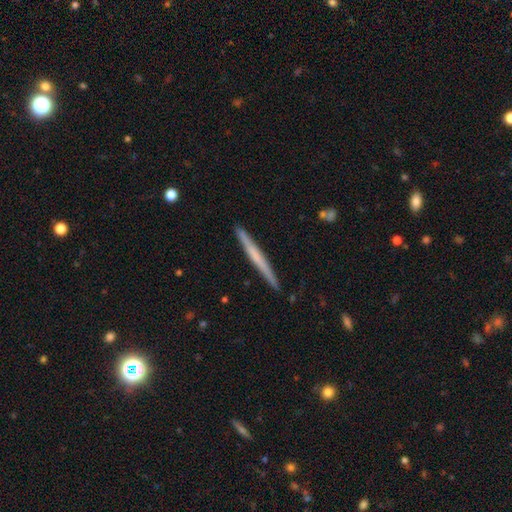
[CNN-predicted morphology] This is possibly a featured or disk galaxy (49%). Merging: clearly none (91%).